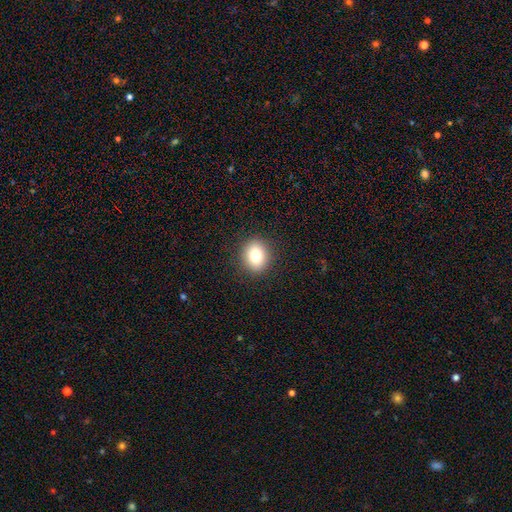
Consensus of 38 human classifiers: Morphology: type=smooth (87%); roundness=round (79%); merging=none (83%).